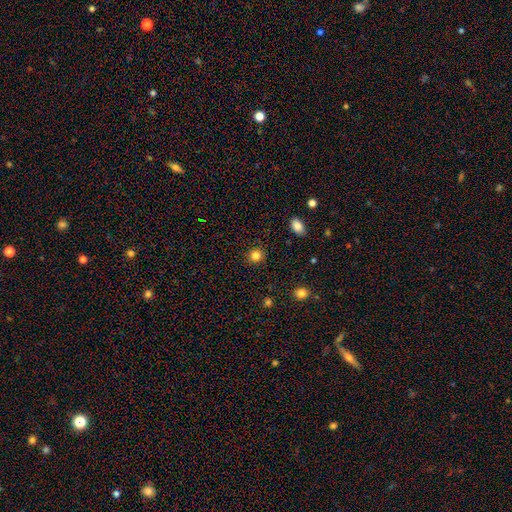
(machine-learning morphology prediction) Smooth or featured? Predicted: smooth (p=0.84). How rounded? Predicted: round (p=0.89). Merging? Predicted: none (p=0.90).